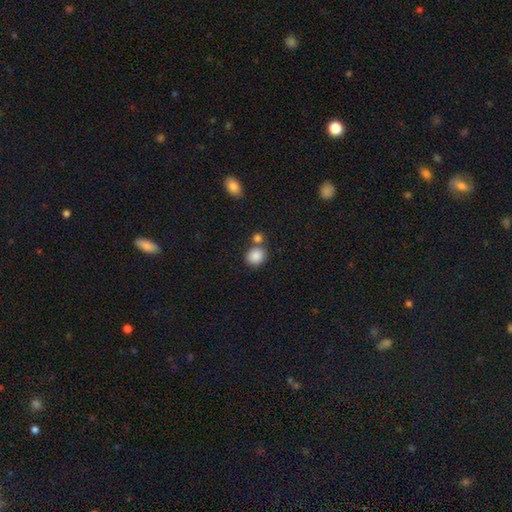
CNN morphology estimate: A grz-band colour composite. It shows a smooth galaxy with no disk features (87%) that is round (71%). Merging: none (61%).